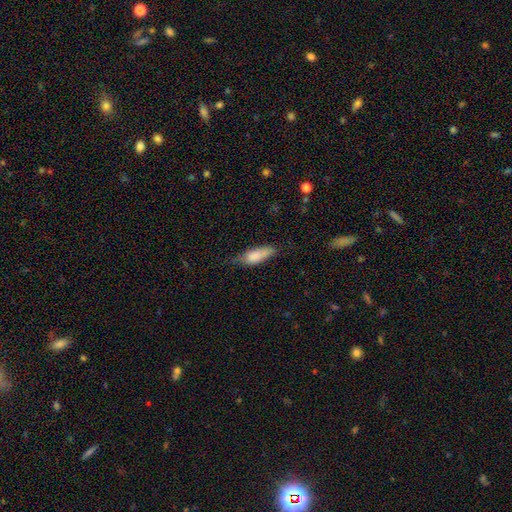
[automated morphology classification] This is likely a smooth galaxy (79%). How rounded: likely in between (62%). Merging: possibly none (47%).